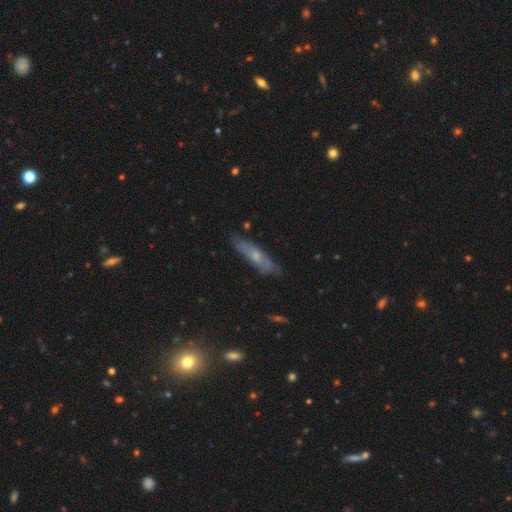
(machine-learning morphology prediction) Smooth or featured?
  - featured or disk: 49% *
  - smooth: 43%
  - star or artifact: 8%
Merging?
  - none: 77% *
  - minor disturbance: 18%
  - major disturbance: 4%
  - merger: 2%